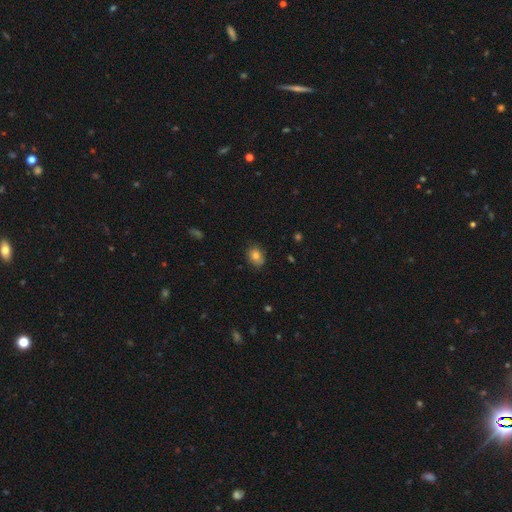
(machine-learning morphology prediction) Overall: smooth (80%). How rounded: in between (58%; round 41%). Merging: none (81%).